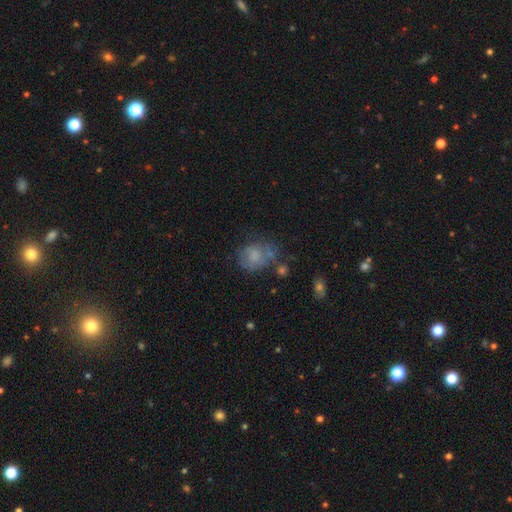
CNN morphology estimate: smooth 59%, featured or disk 28%, star or artifact 13%. Down the decision tree: how rounded — round (51%); merging — none (46%).